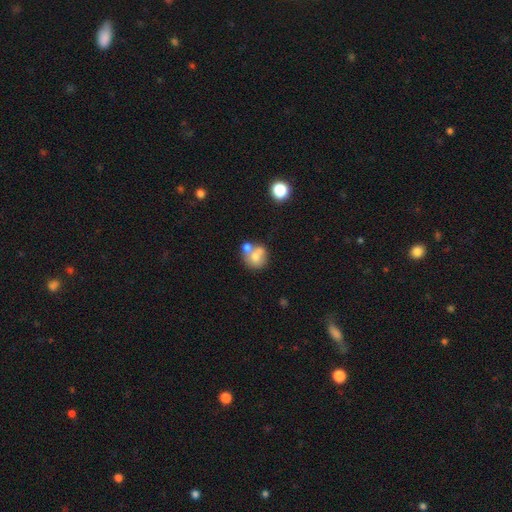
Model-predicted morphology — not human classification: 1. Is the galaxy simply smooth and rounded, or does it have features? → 63% smooth, 27% featured or disk, 10% star or artifact.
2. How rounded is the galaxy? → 77% round, 22% in between, 1% cigar-shaped.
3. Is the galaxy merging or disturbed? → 46% merger, 37% none, 11% minor disturbance, 5% major disturbance.